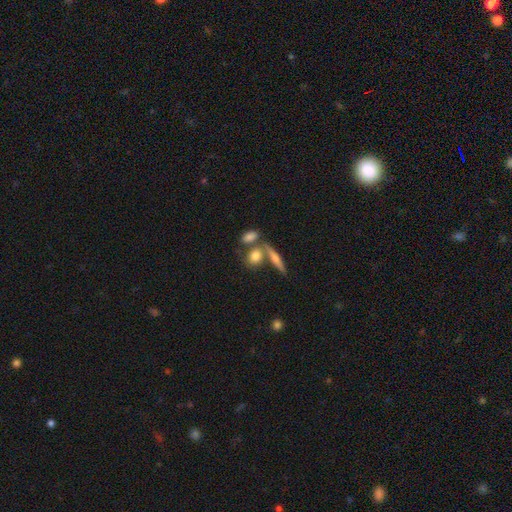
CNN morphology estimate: The model was most divided on "how rounded": in between: 49%, round: 37%, cigar-shaped: 14%. More confident: smooth or featured — smooth (71%); merging — none (53%).